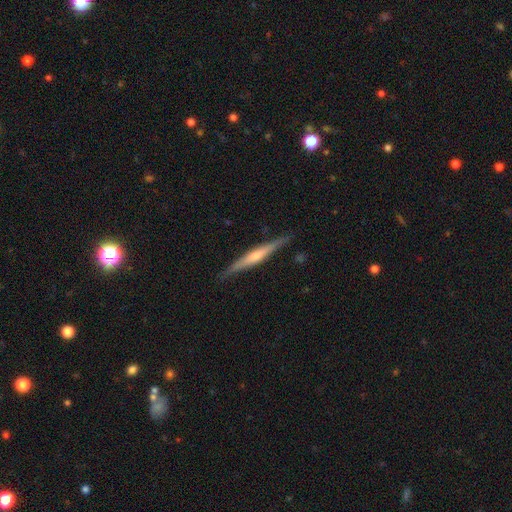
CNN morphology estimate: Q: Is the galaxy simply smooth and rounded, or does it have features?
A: featured or disk — 66%.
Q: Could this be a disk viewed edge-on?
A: yes — 97%.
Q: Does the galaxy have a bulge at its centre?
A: rounded — 63%.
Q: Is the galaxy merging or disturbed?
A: none — 88%.